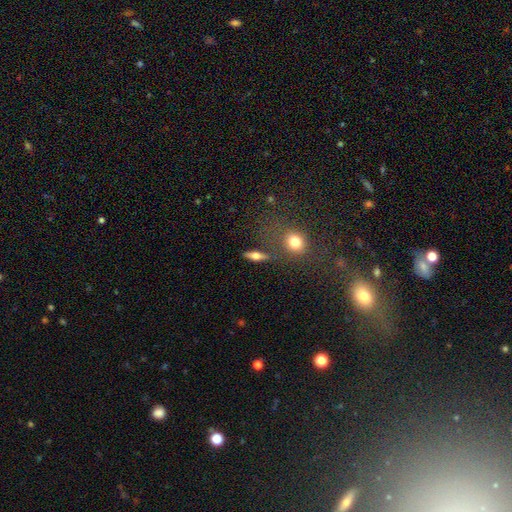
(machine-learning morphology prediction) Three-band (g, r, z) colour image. It shows a smooth galaxy with no disk features (50%). Merging: none (77%).